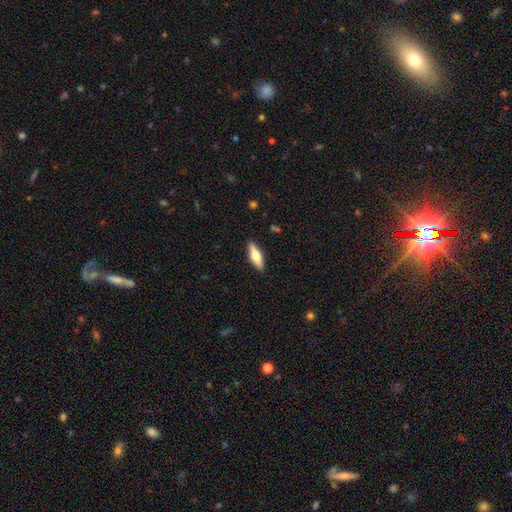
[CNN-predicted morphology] Overall: smooth (56%; featured or disk 38%). How rounded: cigar-shaped (51%; in between 46%). Merging: none (89%).